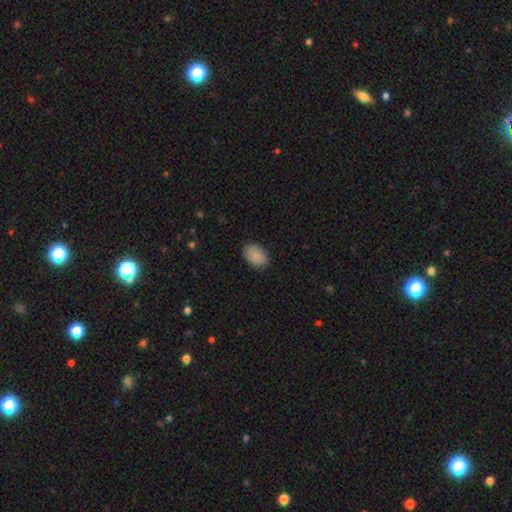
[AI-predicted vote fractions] Morphology: type=smooth (89%); roundness=in between (83%); merging=none (87%).